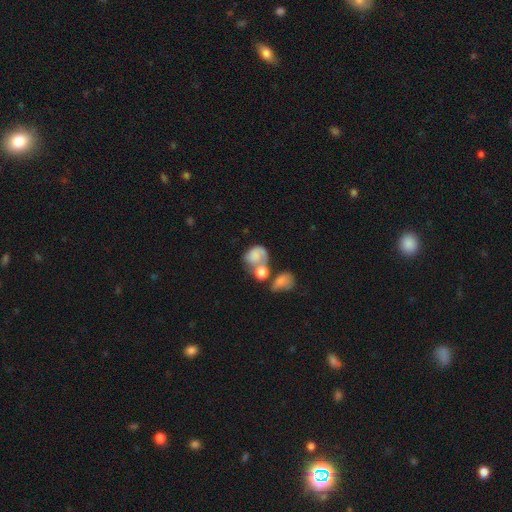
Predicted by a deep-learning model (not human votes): A smooth galaxy with no disk features (61%) that is in between round and cigar-shaped (50%).

Vote fractions:
- Smooth or featured? smooth: 61% / featured or disk: 30% / star or artifact: 9%
- How rounded? in between: 50% / round: 48% / cigar-shaped: 1%
- Merging? merger: 46% / none: 22% / major disturbance: 17% / minor disturbance: 15%